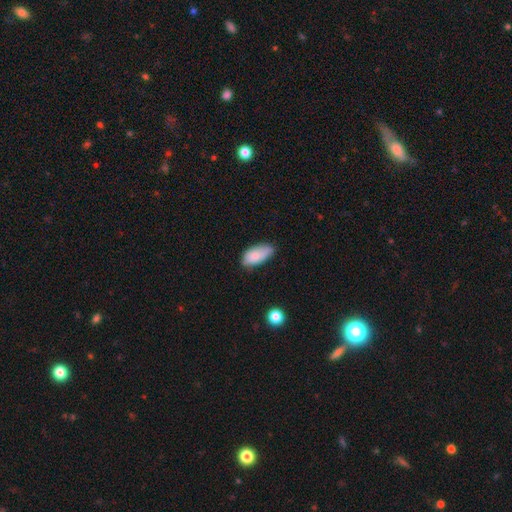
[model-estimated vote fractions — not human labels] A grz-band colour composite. It shows a smooth galaxy with no disk features (83%) that is in between round and cigar-shaped (91%). Merging: none (56%).